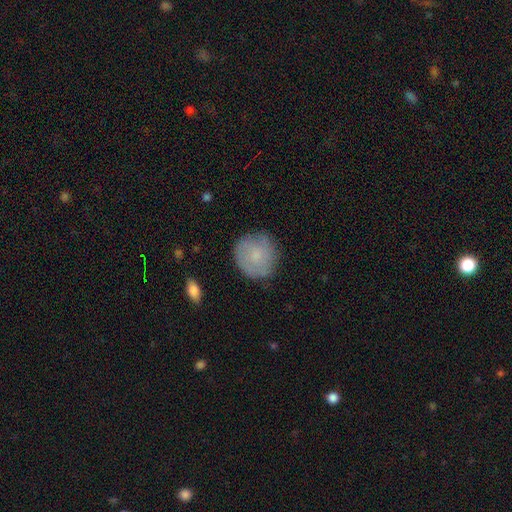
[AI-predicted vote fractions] The model was most divided on "smooth or featured": smooth: 66%, featured or disk: 27%, star or artifact: 7%. More confident: how rounded — round (90%); merging — none (79%).